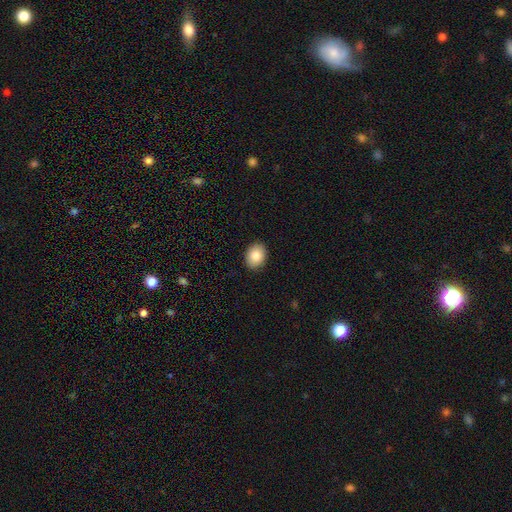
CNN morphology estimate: Smooth or featured: smooth — 85% (star or artifact — 8%)
How rounded: in between — 65% (round — 34%)
Merging: none — 91% (minor disturbance — 7%)